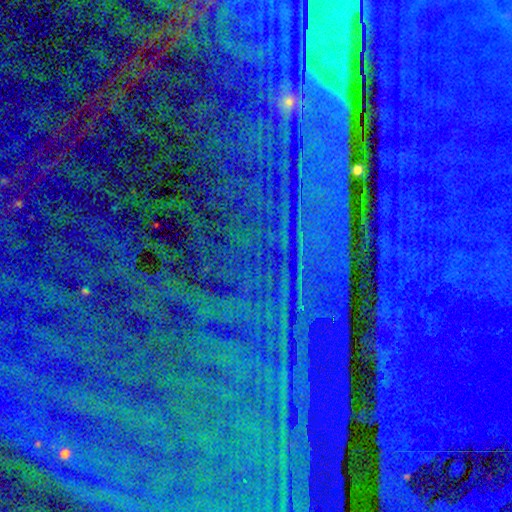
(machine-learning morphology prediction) Overall: star or artifact (88%).